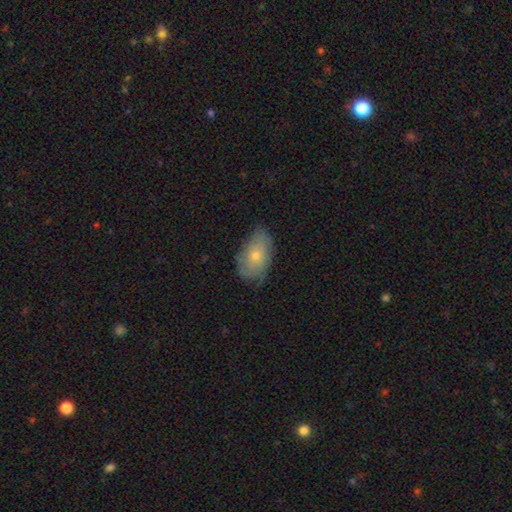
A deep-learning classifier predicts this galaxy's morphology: smooth-or-featured: smooth: 59% | featured or disk: 33% | star or artifact: 8%
  how-rounded: in between: 89% | round: 9% | cigar-shaped: 2%
  merging: none: 67% | minor disturbance: 26% | major disturbance: 6% | merger: 1%